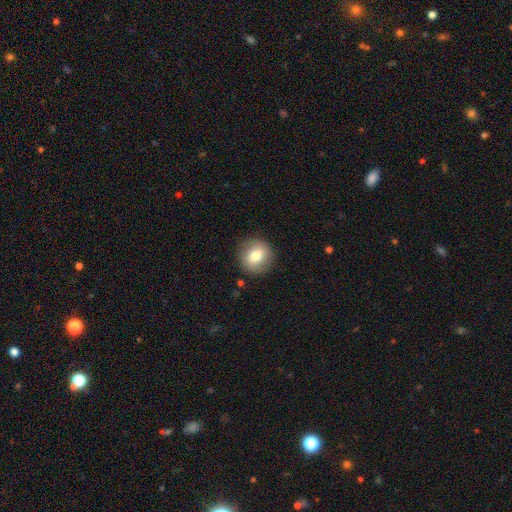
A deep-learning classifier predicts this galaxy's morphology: This appears to be a smooth galaxy with no disk features (74%) that is round (89%). Merging: none (88%).